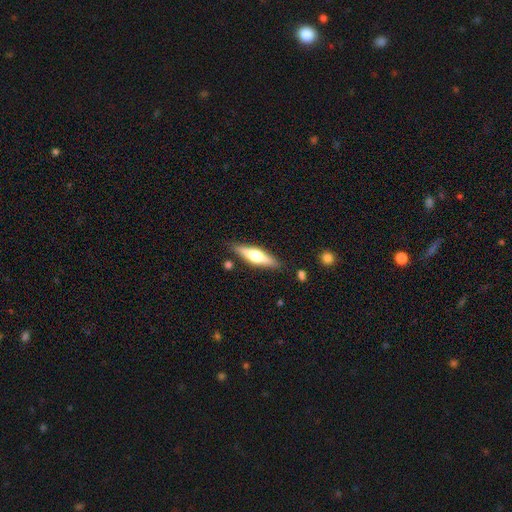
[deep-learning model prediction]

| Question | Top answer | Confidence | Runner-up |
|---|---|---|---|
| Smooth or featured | featured or disk | 56% | smooth (38%) |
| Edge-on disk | yes | 94% | no (6%) |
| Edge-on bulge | rounded | 92% | boxy (6%) |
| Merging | none | 85% | minor disturbance (10%) |